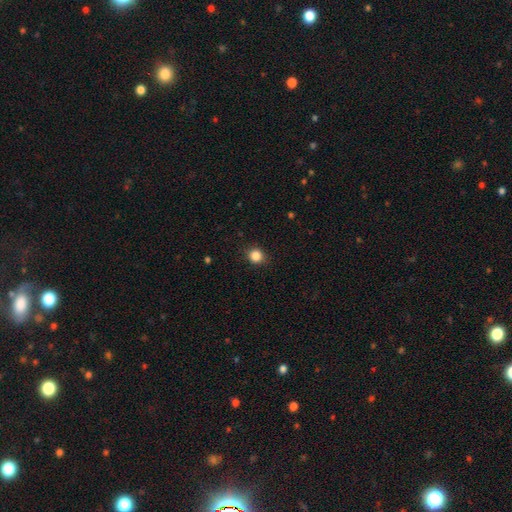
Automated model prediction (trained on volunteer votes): Smooth or featured? Predicted: smooth (p=0.86). How rounded? Predicted: round (p=0.90). Merging? Predicted: none (p=0.89).